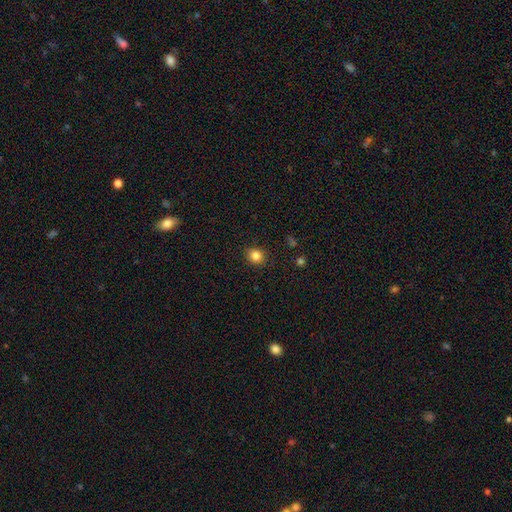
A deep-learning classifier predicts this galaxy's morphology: The model was most divided on "how rounded": round: 83%, in between: 16%, cigar-shaped: 1%. More confident: merging — none (89%); smooth or featured — smooth (84%).